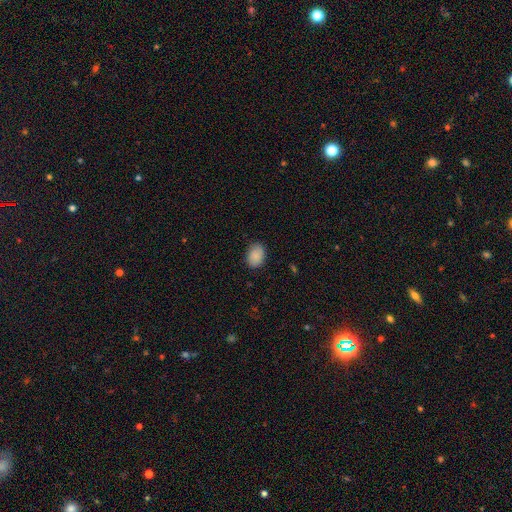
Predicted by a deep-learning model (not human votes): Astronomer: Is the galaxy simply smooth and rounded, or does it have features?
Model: smooth — 89%.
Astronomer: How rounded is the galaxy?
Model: in between — 77%.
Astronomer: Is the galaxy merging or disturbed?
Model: none — 84%.